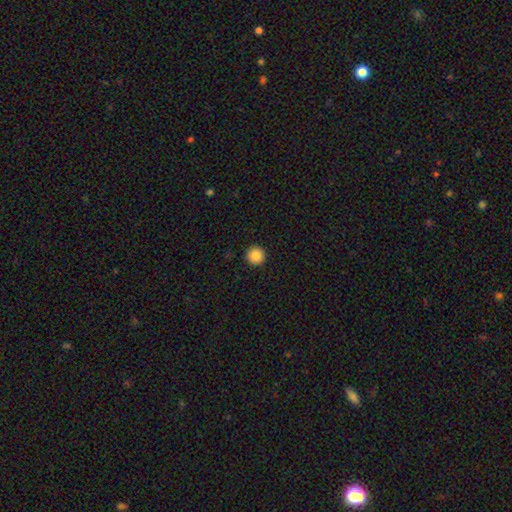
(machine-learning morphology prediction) smooth-or-featured: smooth: 86% | star or artifact: 9% | featured or disk: 4%
  how-rounded: round: 96% | in between: 3% | cigar-shaped: 1%
  merging: none: 93% | minor disturbance: 4% | major disturbance: 1% | merger: 1%